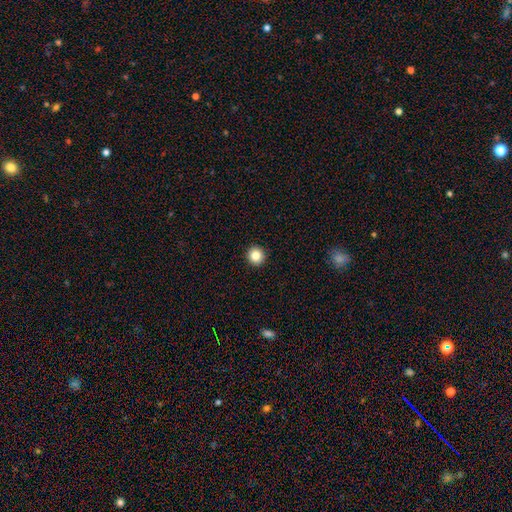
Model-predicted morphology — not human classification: This is clearly a smooth galaxy (84%). How rounded: clearly round (94%). Merging: clearly none (94%).